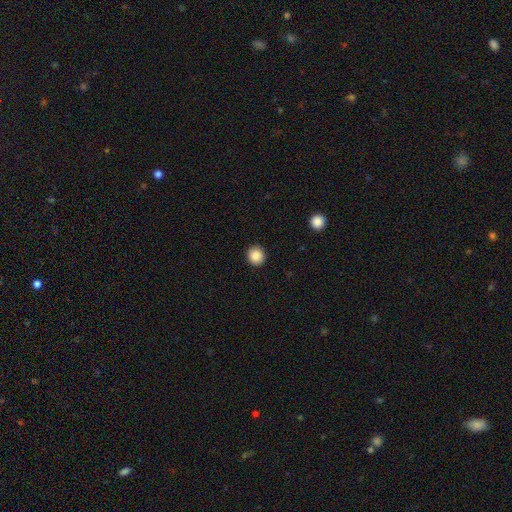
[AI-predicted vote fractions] Smooth or featured?
  - smooth: 88% *
  - star or artifact: 9%
  - featured or disk: 3%
How rounded?
  - round: 91% *
  - in between: 8%
  - cigar-shaped: 1%
Merging?
  - none: 91% *
  - minor disturbance: 6%
  - major disturbance: 2%
  - merger: 1%